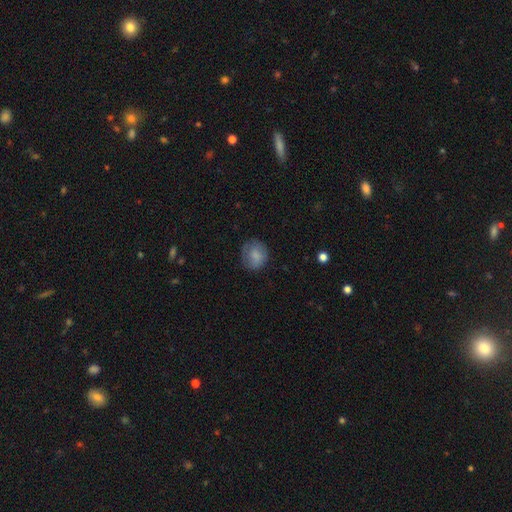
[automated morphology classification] smooth_or_featured: smooth (p=0.79) [alt: featured or disk p=0.13]
how_rounded: round (p=0.76) [alt: in between p=0.23]
merging: none (p=0.72) [alt: minor disturbance p=0.20]